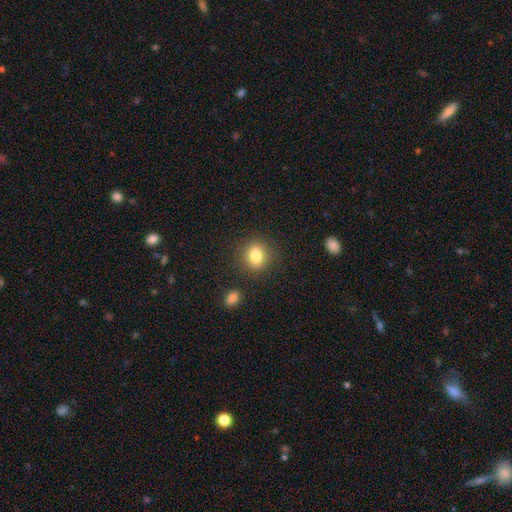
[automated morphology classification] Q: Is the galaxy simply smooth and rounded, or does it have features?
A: smooth — 83%.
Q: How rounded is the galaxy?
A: round — 68%.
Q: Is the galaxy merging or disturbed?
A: none — 85%.